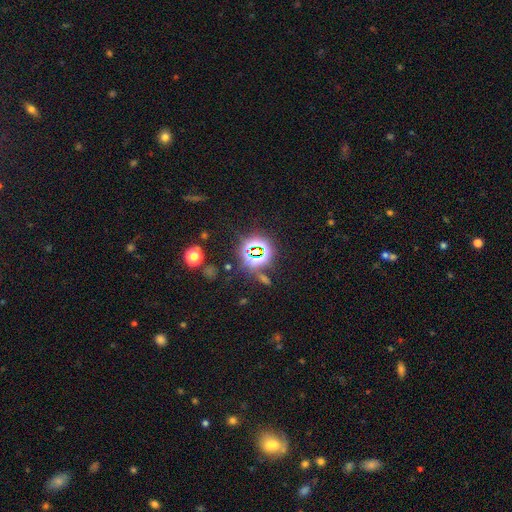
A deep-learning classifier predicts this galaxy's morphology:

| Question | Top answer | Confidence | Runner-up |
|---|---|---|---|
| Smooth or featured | star or artifact | 76% | smooth (15%) |